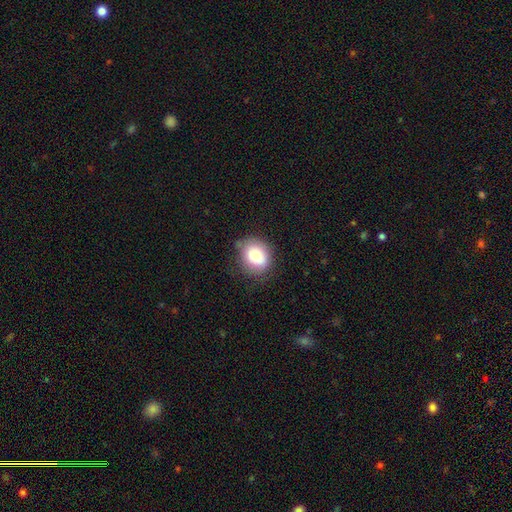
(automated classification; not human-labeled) A smooth galaxy with no disk features (80%) that is round (63%). Merging: none (73%).